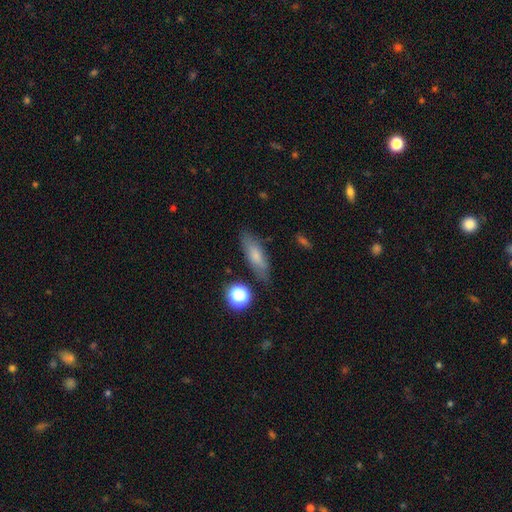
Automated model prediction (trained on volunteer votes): Q: Smooth or featured?
A: smooth (70%); runner-up: featured or disk (20%)
Q: How rounded?
A: in between (55%); runner-up: cigar-shaped (41%)
Q: Merging?
A: none (77%); runner-up: minor disturbance (15%)